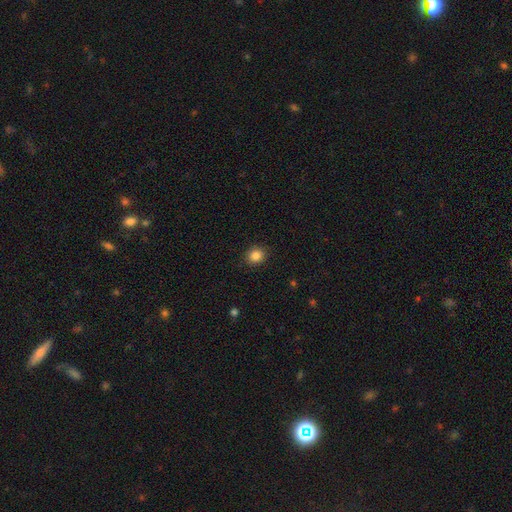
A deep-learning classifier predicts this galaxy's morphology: A smooth galaxy with no disk features (85%) that is round (78%). Merging: none (90%).